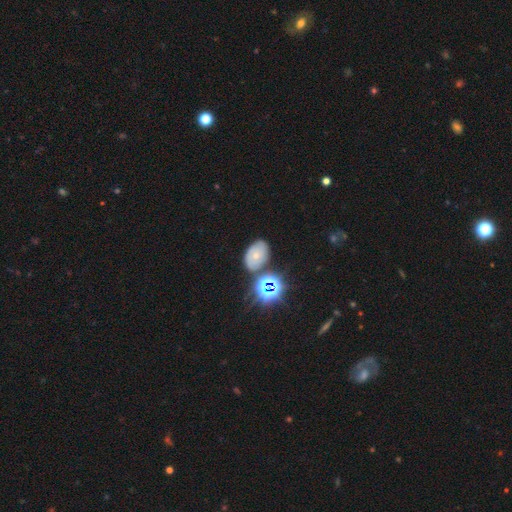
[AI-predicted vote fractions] Smooth or featured? smooth (46%)
Merging? none (71%)